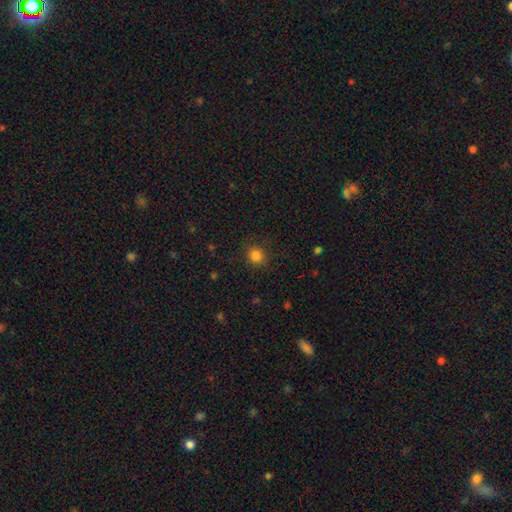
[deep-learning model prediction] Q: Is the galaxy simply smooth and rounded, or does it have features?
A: smooth — 84%.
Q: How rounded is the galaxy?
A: round — 85%.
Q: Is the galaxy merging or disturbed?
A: none — 87%.